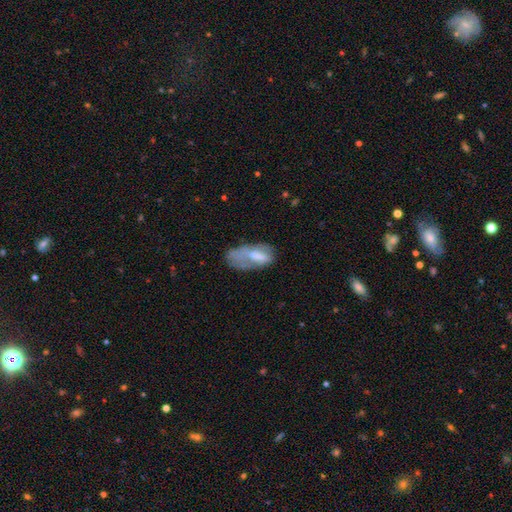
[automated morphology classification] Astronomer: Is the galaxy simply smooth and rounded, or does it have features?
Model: smooth — 61%.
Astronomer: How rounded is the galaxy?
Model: in between — 85%.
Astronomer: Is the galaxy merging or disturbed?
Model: major disturbance — 34% (runner-up: minor disturbance, 30%).